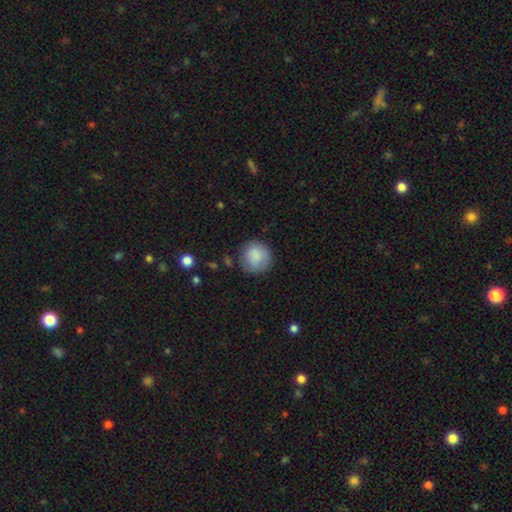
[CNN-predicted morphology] Smooth or featured? smooth (84%)
How rounded? round (89%)
Merging? none (77%)